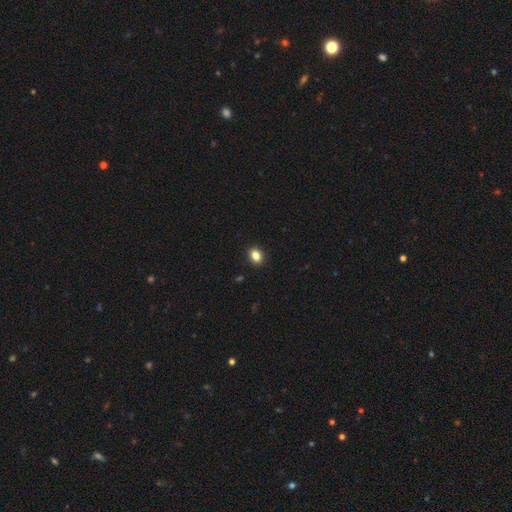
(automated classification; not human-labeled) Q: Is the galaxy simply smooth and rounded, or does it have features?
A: smooth — 85%.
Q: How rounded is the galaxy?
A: in between — 53%.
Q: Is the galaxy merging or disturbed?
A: none — 91%.